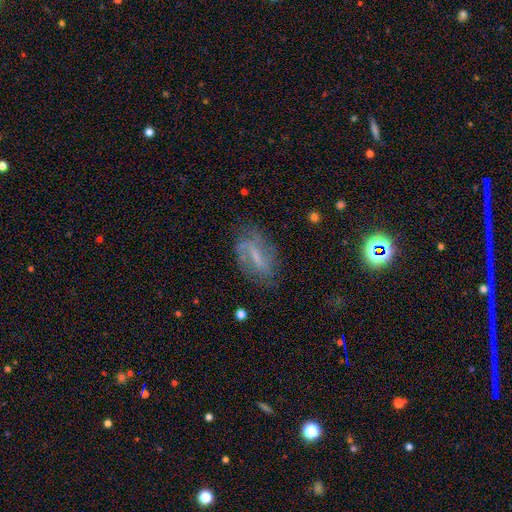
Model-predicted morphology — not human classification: featured or disk 65%, smooth 24%, star or artifact 10%. Down the decision tree: edge-on disk — no (91%); bar — weak (46%); spiral arms — yes (79%); bulge size — small (40%); merging — none (62%).